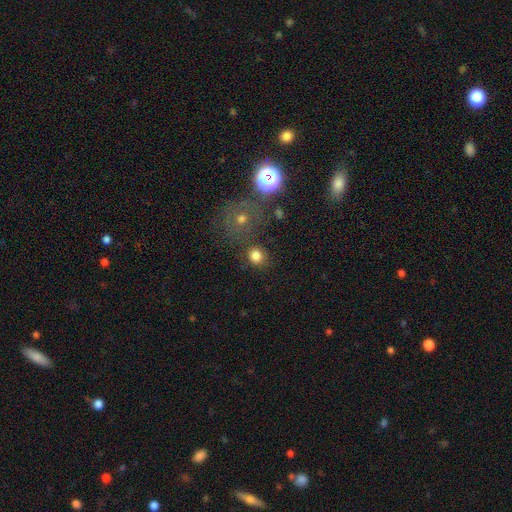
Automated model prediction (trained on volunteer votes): Morphology: type=smooth (79%); roundness=round (83%); merging=none (79%).